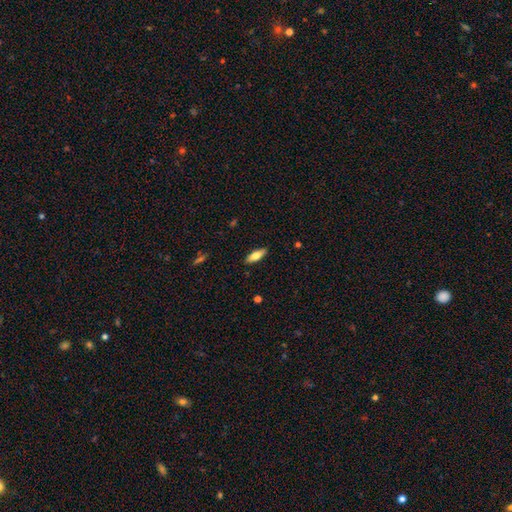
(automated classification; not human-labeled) smooth_or_featured: smooth (p=0.67) [alt: featured or disk p=0.27]
how_rounded: in between (p=0.63) [alt: cigar-shaped p=0.35]
merging: none (p=0.89) [alt: minor disturbance p=0.08]